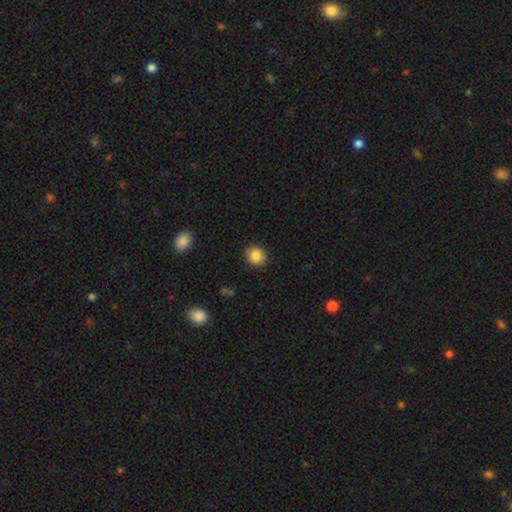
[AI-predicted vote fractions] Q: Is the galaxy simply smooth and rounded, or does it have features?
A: smooth — 87%.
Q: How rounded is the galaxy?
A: round — 85%.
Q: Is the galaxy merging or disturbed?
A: none — 90%.